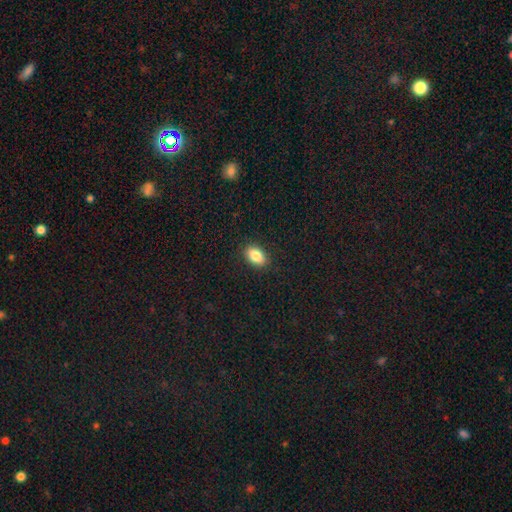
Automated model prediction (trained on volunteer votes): A smooth galaxy with no disk features (85%) that is in between round and cigar-shaped (89%).

Vote fractions:
- Smooth or featured? smooth: 85% / star or artifact: 8% / featured or disk: 7%
- How rounded? in between: 89% / round: 9% / cigar-shaped: 2%
- Merging? none: 89% / minor disturbance: 8% / major disturbance: 2% / merger: 1%